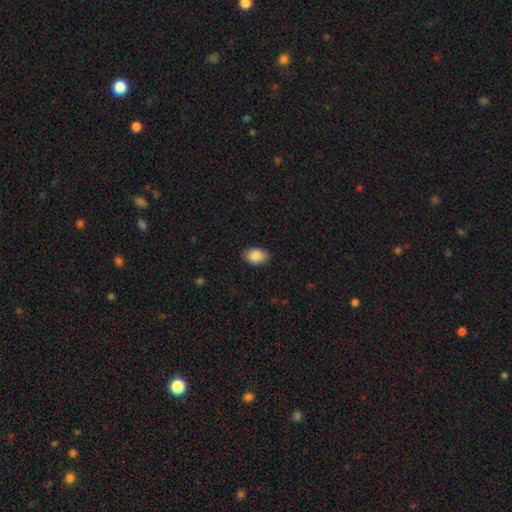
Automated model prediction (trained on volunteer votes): Smooth or featured? smooth (90%)
How rounded? in between (89%)
Merging? none (87%)